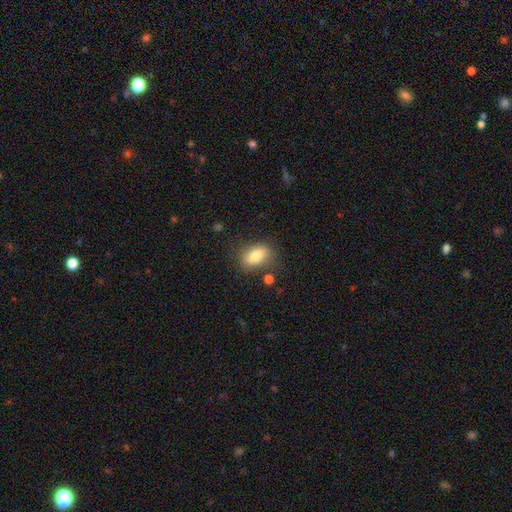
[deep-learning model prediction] The model was most divided on "merging": none: 75%, minor disturbance: 16%, major disturbance: 5%, merger: 4%. More confident: how rounded — in between (85%); smooth or featured — smooth (79%).